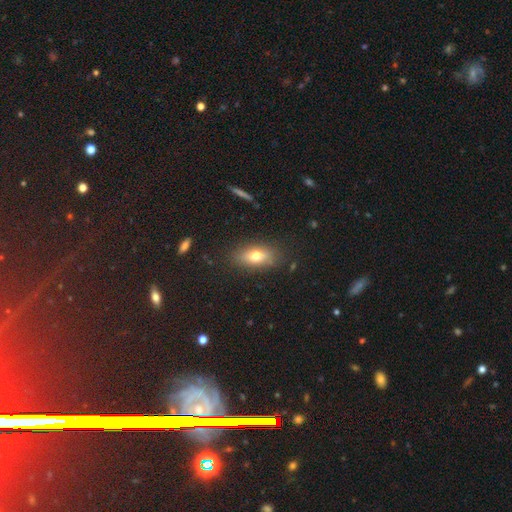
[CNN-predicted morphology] Smooth or featured: smooth — 70% (featured or disk — 20%)
How rounded: in between — 80% (round — 10%)
Merging: none — 82% (minor disturbance — 12%)